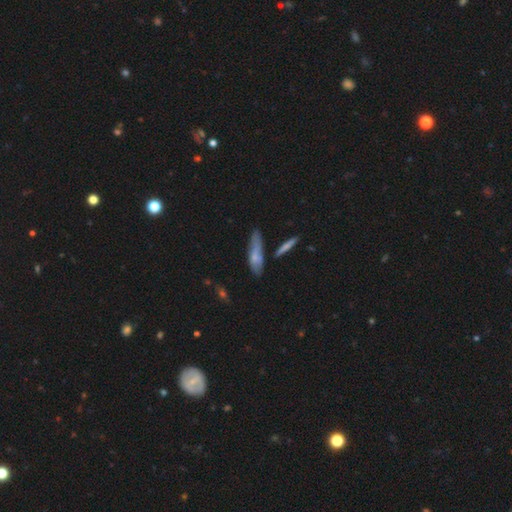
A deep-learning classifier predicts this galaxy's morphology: Q: Smooth or featured?
A: smooth (61%); runner-up: featured or disk (31%)
Q: How rounded?
A: cigar-shaped (59%); runner-up: in between (39%)
Q: Merging?
A: none (52%); runner-up: minor disturbance (27%)